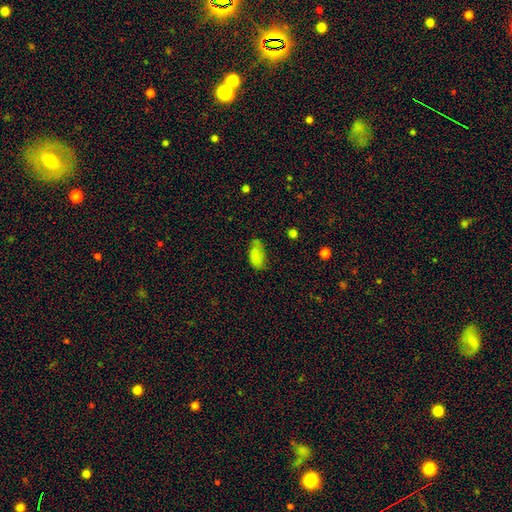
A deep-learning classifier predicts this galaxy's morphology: smooth 79%, featured or disk 13%, star or artifact 8%. Down the decision tree: how rounded — in between (90%); merging — none (56%).